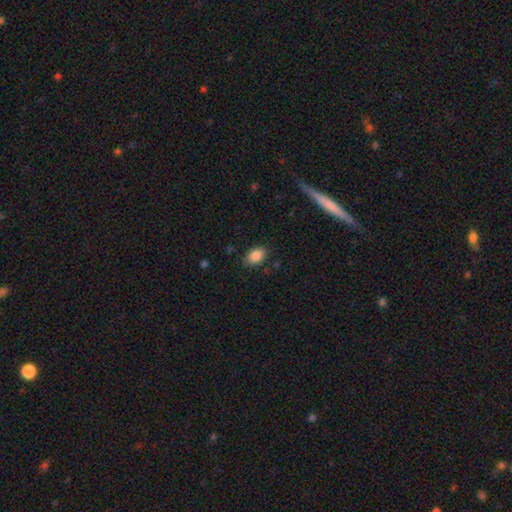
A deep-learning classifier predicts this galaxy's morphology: Q: Smooth or featured?
A: smooth (88%); runner-up: star or artifact (8%)
Q: How rounded?
A: in between (84%); runner-up: round (15%)
Q: Merging?
A: none (83%); runner-up: minor disturbance (13%)